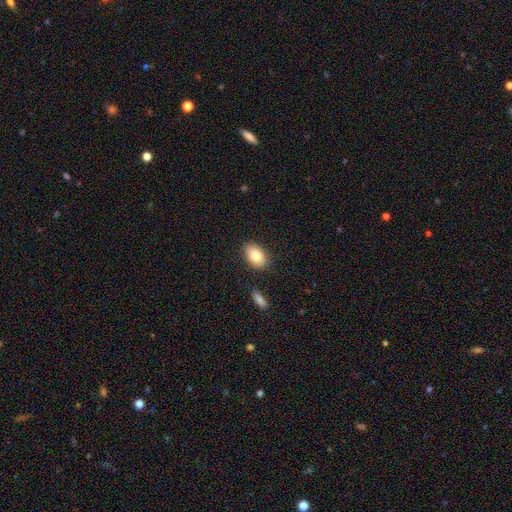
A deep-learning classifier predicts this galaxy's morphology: type=smooth (82%); roundness=in between (88%); merging=none (86%).